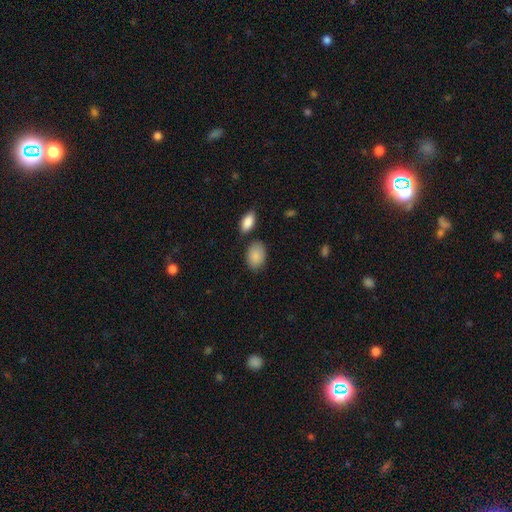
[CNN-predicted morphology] Smooth or featured? Predicted: smooth (p=0.89). How rounded? Predicted: in between (p=0.84). Merging? Predicted: none (p=0.77).